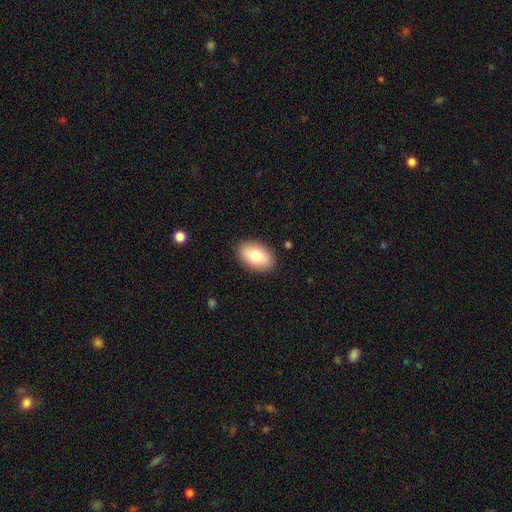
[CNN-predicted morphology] type=smooth (79%); roundness=in between (92%); merging=none (88%).